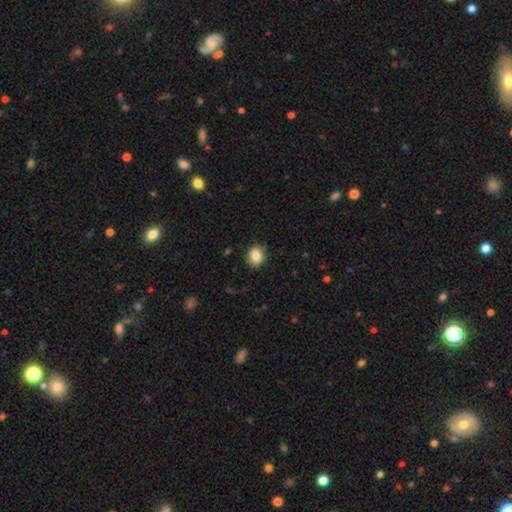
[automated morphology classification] The model was most divided on "how rounded": round: 56%, in between: 43%, cigar-shaped: 1%. More confident: smooth or featured — smooth (86%); merging — none (82%).